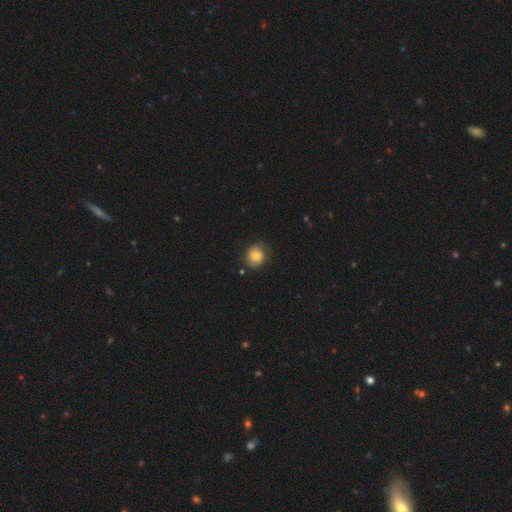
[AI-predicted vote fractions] smooth 74%, featured or disk 17%, star or artifact 9%. Down the decision tree: how rounded — round (72%); merging — none (74%).